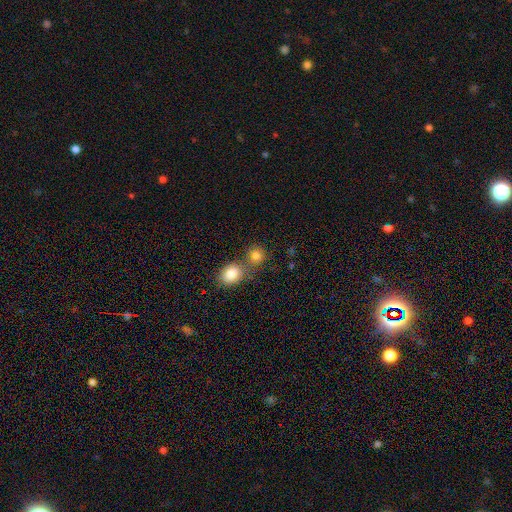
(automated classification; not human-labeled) Smooth or featured: smooth — 82% (star or artifact — 11%)
How rounded: round — 82% (in between — 17%)
Merging: none — 51% (merger — 37%)